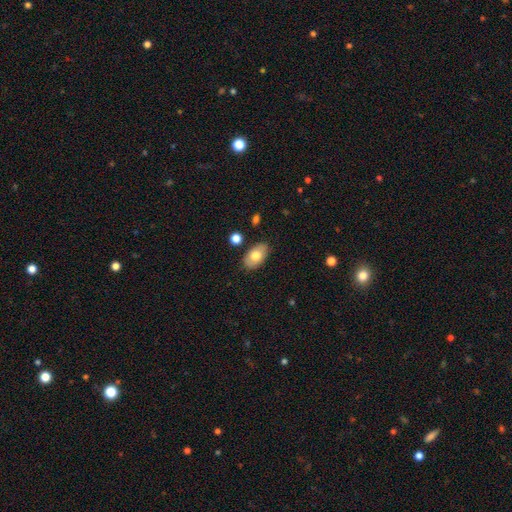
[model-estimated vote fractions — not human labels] Overall: smooth (68%). How rounded: in between (92%). Merging: none (83%).